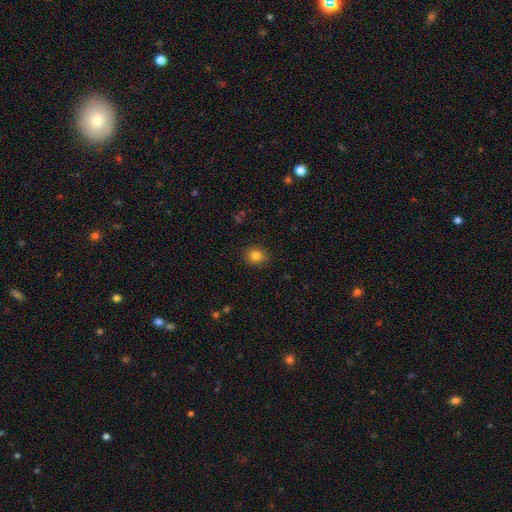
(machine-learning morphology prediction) Smooth or featured? smooth (83%)
How rounded? round (66%)
Merging? none (89%)